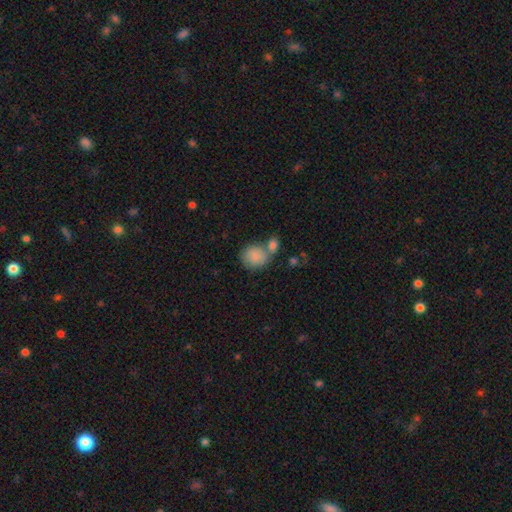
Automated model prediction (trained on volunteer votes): smooth_or_featured: smooth (p=0.85) [alt: featured or disk p=0.08]
how_rounded: round (p=0.71) [alt: in between p=0.28]
merging: none (p=0.42) [alt: merger p=0.40]